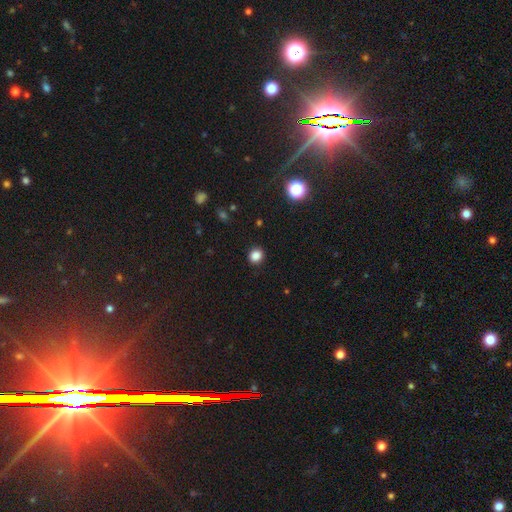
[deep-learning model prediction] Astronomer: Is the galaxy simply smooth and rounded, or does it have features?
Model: smooth — 85%.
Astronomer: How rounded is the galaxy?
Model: round — 80%.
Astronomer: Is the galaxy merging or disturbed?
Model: none — 90%.